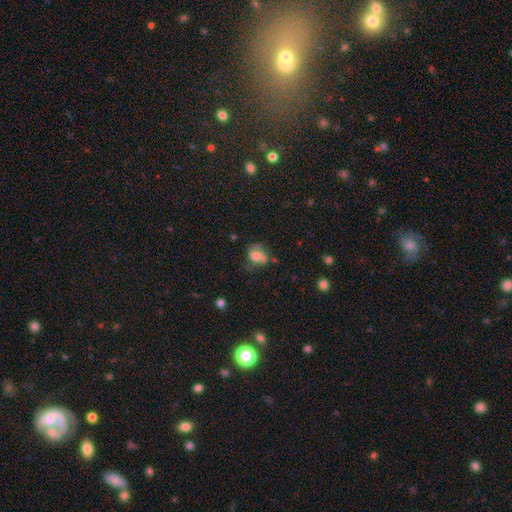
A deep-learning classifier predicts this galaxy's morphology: smooth_or_featured: smooth (p=0.70) [alt: featured or disk p=0.19]
how_rounded: in between (p=0.55) [alt: round p=0.44]
merging: none (p=0.43) [alt: minor disturbance p=0.33]